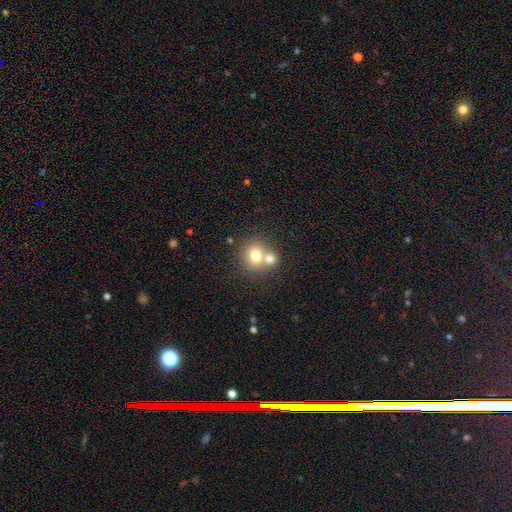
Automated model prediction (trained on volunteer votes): A smooth galaxy with no disk features (73%) that is round (80%). Merging: merger (51%).